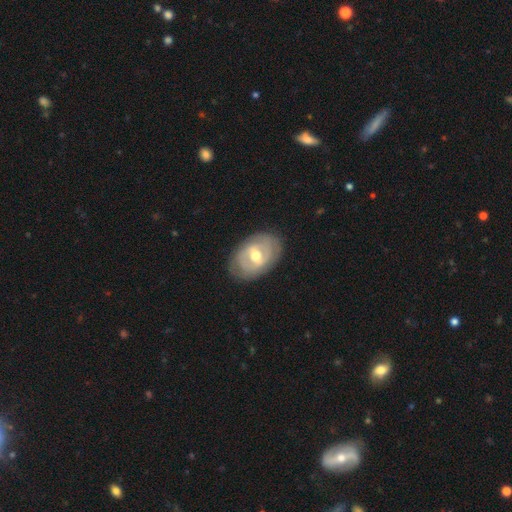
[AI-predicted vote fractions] A featured or disk galaxy (68%) with a weak bar (46%), no spiral arms (51%) and a moderate central bulge (76%). Merging: none (80%).